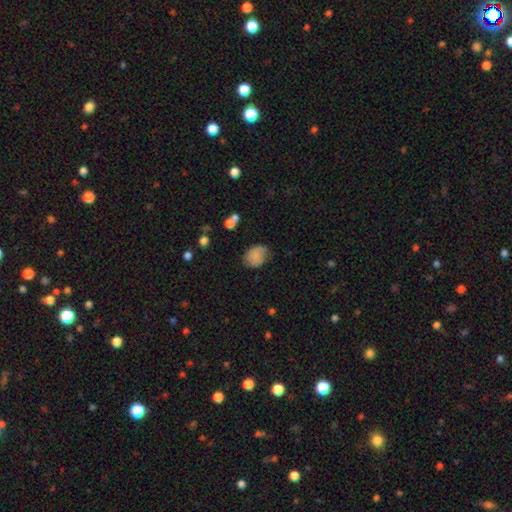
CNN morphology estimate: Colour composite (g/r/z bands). It shows a smooth galaxy with no disk features (76%) that is in between round and cigar-shaped (51%). Merging: none (55%).